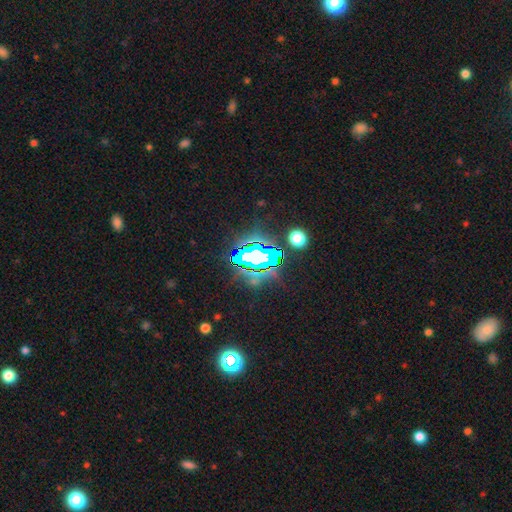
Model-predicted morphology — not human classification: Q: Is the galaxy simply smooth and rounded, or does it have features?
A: star or artifact — 72%.